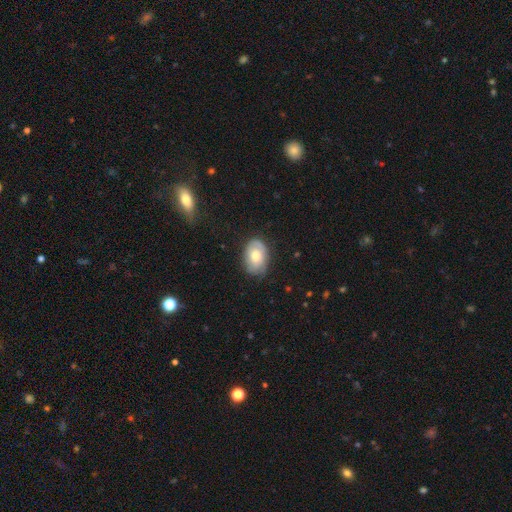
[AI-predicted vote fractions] Smooth or featured: smooth — 59% (featured or disk — 33%)
How rounded: in between — 83% (round — 16%)
Merging: none — 72% (minor disturbance — 21%)